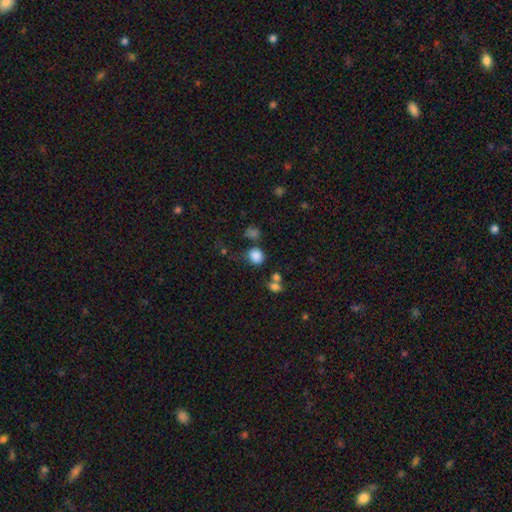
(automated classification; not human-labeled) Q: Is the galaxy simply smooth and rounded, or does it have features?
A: smooth — 83%.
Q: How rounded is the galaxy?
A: round — 77%.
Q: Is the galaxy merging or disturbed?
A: none — 64%.